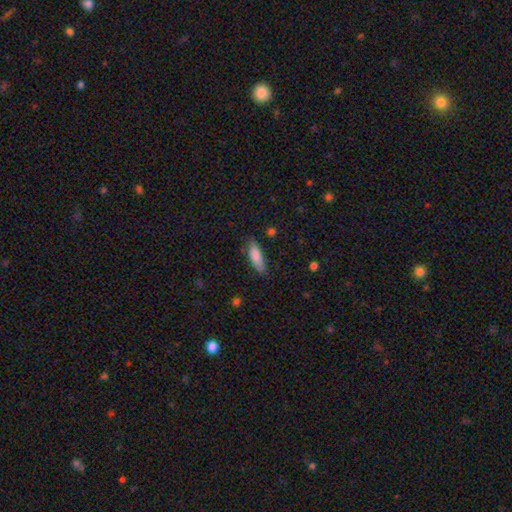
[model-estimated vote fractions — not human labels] Overall: smooth (83%). How rounded: in between (51%; cigar-shaped 48%). Merging: none (77%).